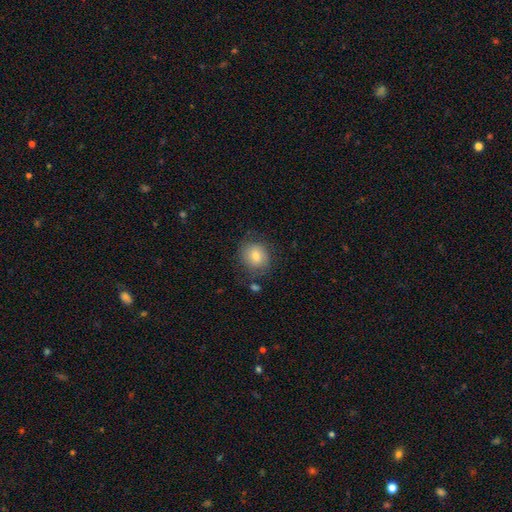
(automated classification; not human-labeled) Smooth or featured?
  - smooth: 71% *
  - featured or disk: 19%
  - star or artifact: 10%
How rounded?
  - round: 78% *
  - in between: 21%
  - cigar-shaped: 1%
Merging?
  - none: 75% *
  - minor disturbance: 16%
  - major disturbance: 6%
  - merger: 3%